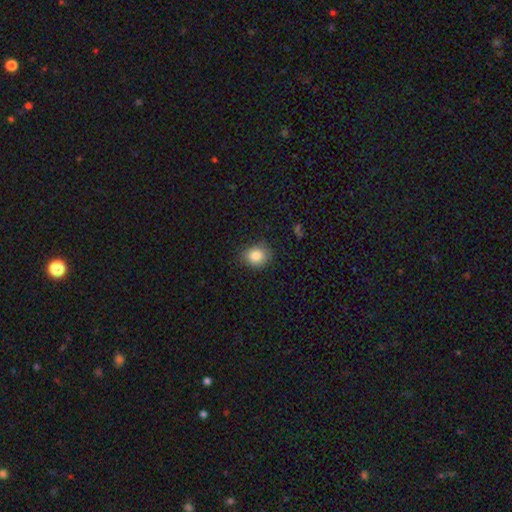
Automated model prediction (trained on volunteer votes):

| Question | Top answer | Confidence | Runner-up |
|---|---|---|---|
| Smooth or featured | smooth | 85% | star or artifact (9%) |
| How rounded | round | 71% | in between (28%) |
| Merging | none | 79% | minor disturbance (16%) |